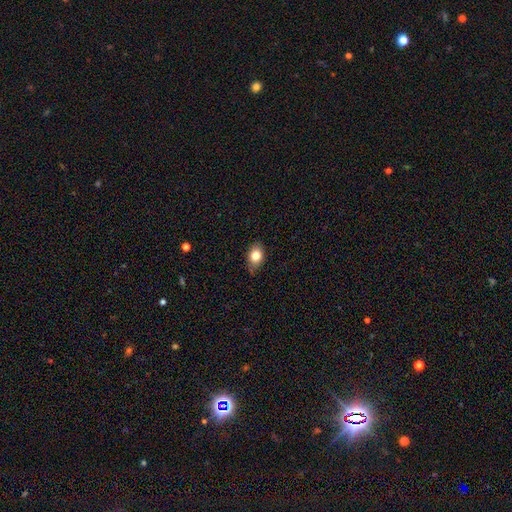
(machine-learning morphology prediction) Smooth or featured?
  - smooth: 81% *
  - featured or disk: 11%
  - star or artifact: 8%
How rounded?
  - in between: 78% *
  - round: 21%
  - cigar-shaped: 1%
Merging?
  - none: 77% *
  - minor disturbance: 19%
  - major disturbance: 3%
  - merger: 1%